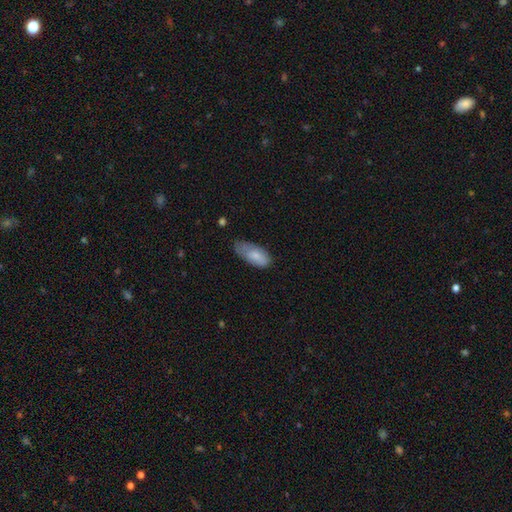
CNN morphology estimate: Smooth or featured? Predicted: smooth (p=0.77). How rounded? Predicted: in between (p=0.89). Merging? Predicted: minor disturbance (p=0.43).